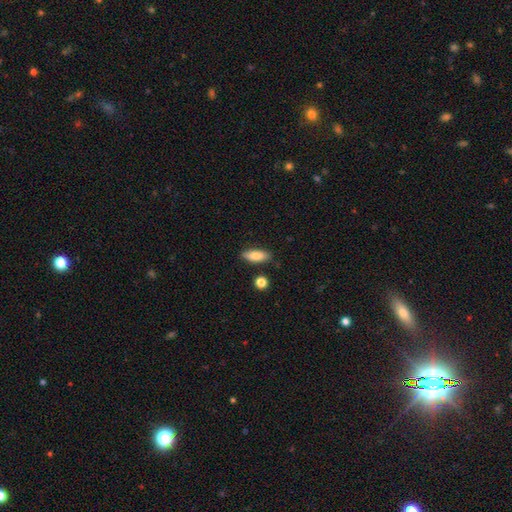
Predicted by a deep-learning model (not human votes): This is clearly a smooth galaxy (80%). How rounded: likely in between (72%). Merging: clearly none (84%).